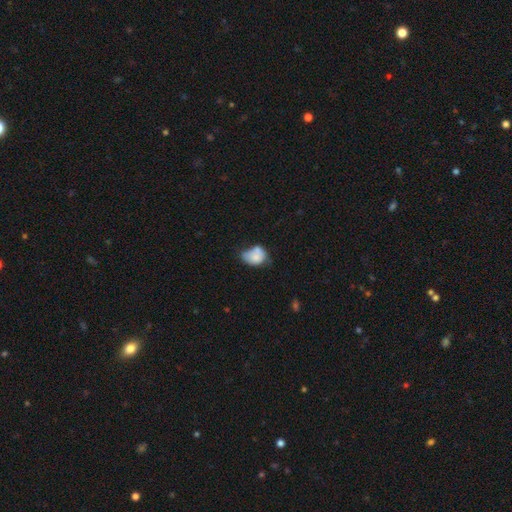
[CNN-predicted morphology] The model was most divided on "merging": minor disturbance: 33%, none: 30%, merger: 24%, major disturbance: 13%. More confident: smooth or featured — smooth (72%); how rounded — in between (68%).